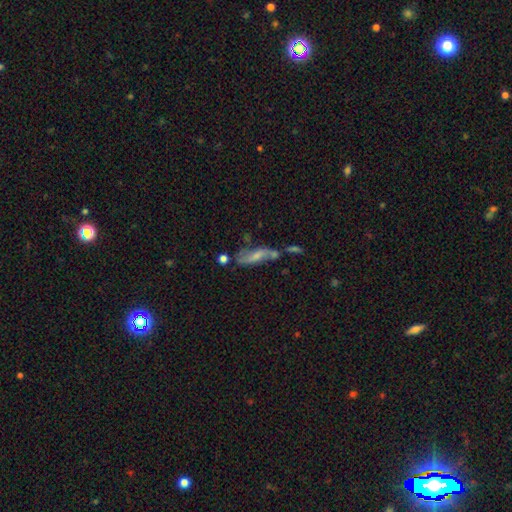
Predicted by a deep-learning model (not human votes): A smooth galaxy with no disk features (47%).

Vote fractions:
- Smooth or featured? smooth: 47% / featured or disk: 44% / star or artifact: 9%
- Merging? none: 39% / merger: 27% / minor disturbance: 21% / major disturbance: 13%